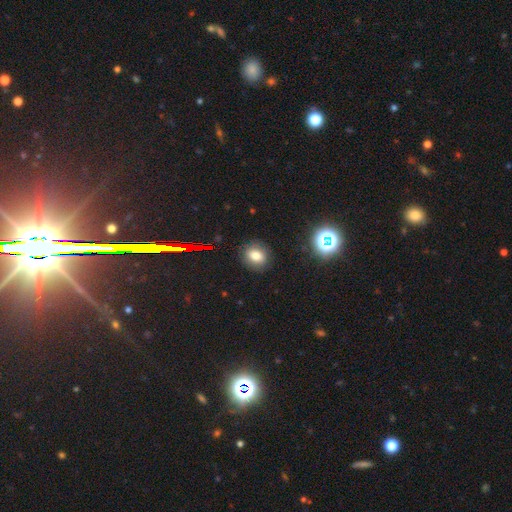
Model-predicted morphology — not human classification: smooth 75%, star or artifact 16%, featured or disk 9%. Down the decision tree: how rounded — round (66%); merging — none (86%).